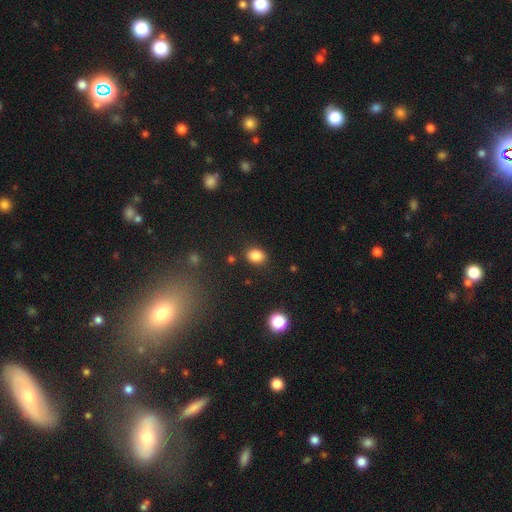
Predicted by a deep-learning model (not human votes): Smooth or featured: smooth — 85% (star or artifact — 10%)
How rounded: in between — 61% (round — 38%)
Merging: none — 85% (minor disturbance — 10%)